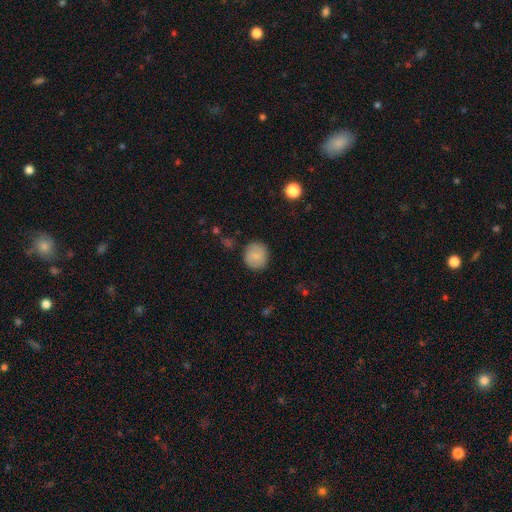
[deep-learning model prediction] This appears to be a smooth galaxy with no disk features (81%) that is round (89%). Merging: none (87%).